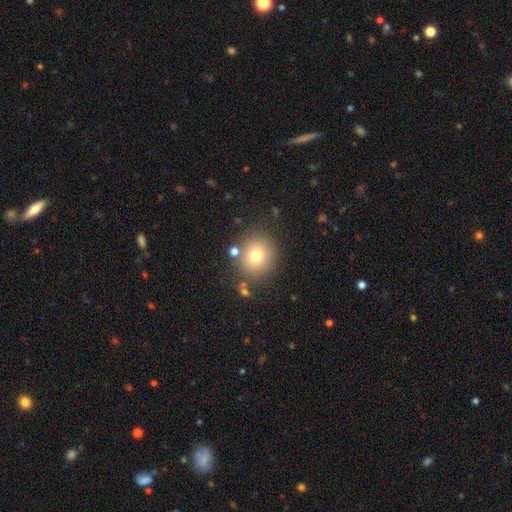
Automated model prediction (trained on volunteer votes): Morphology: type=smooth (76%); roundness=round (84%); merging=none (82%).